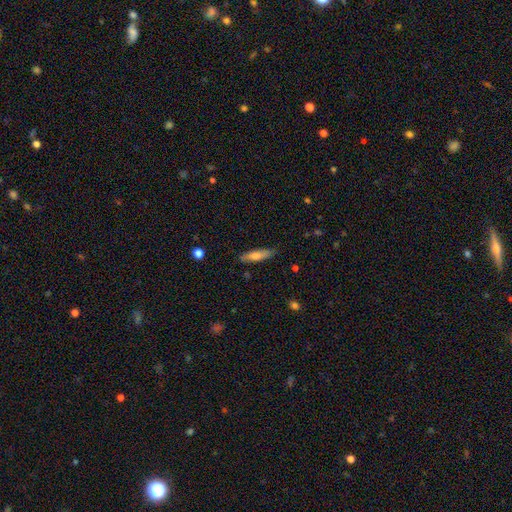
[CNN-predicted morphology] smooth_or_featured: smooth (p=0.66) [alt: featured or disk p=0.28]
how_rounded: cigar-shaped (p=0.72) [alt: in between p=0.26]
merging: none (p=0.84) [alt: minor disturbance p=0.12]